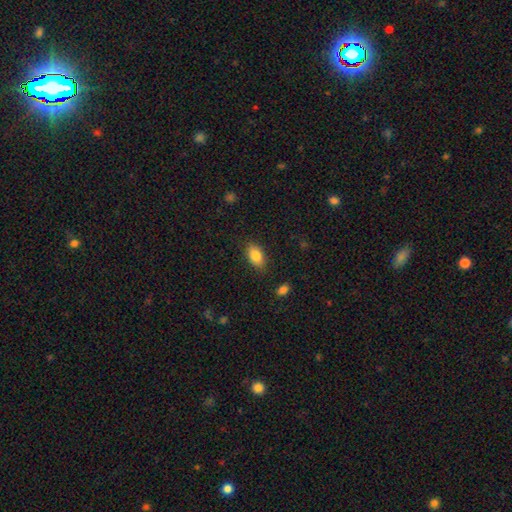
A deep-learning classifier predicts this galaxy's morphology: Overall: smooth (83%). How rounded: in between (89%). Merging: none (85%).